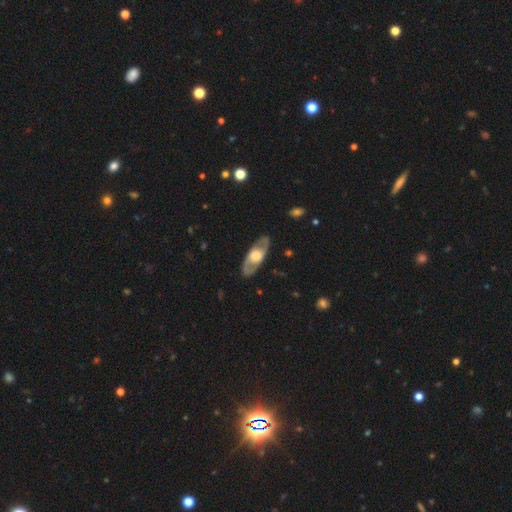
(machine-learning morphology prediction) Q: Smooth or featured?
A: featured or disk (68%); runner-up: smooth (28%)
Q: Edge-on disk?
A: no (74%); runner-up: yes (26%)
Q: Merging?
A: none (84%); runner-up: minor disturbance (11%)